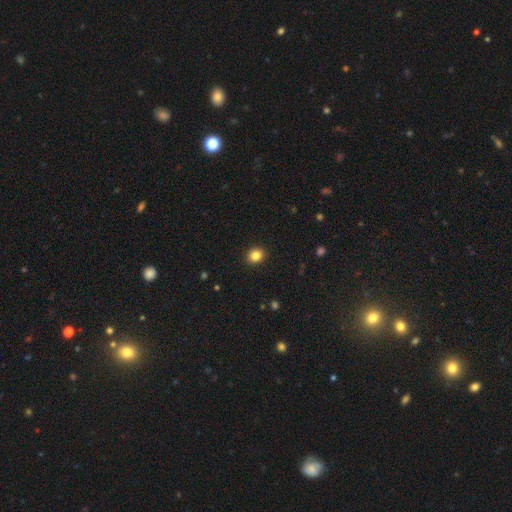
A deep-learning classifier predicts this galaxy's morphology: Q: Smooth or featured?
A: smooth (84%); runner-up: star or artifact (11%)
Q: How rounded?
A: round (73%); runner-up: in between (26%)
Q: Merging?
A: none (91%); runner-up: minor disturbance (6%)